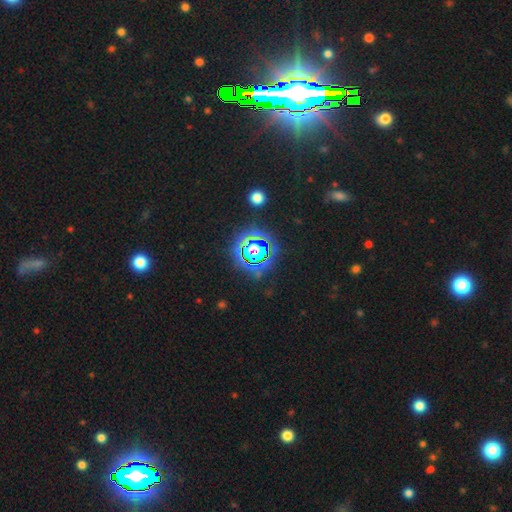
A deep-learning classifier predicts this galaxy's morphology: A star or artifact, not a galaxy (82%).